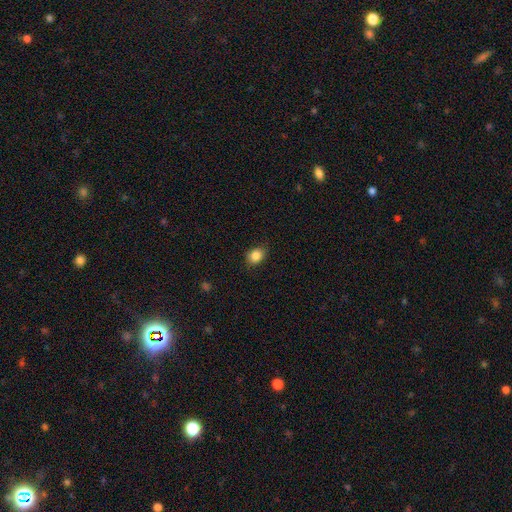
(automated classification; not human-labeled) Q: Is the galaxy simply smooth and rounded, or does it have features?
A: smooth — 85%.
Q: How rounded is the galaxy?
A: in between — 57%.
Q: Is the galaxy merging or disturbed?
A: none — 82%.